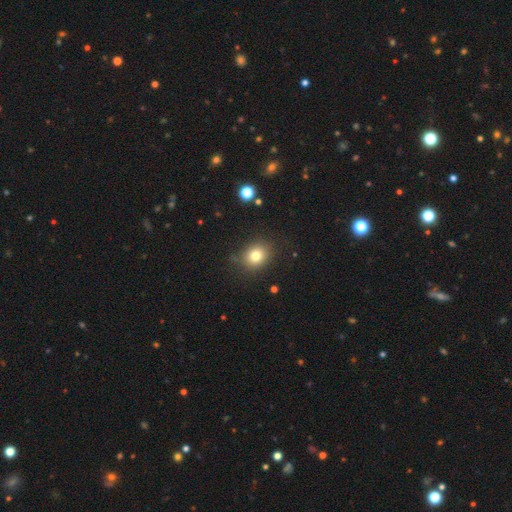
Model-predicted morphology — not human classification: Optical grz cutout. It shows a smooth galaxy with no disk features (78%) that is round (63%). Merging: none (81%).